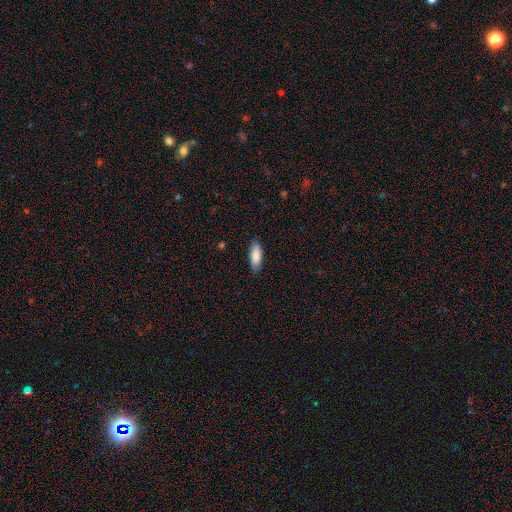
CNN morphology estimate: type=smooth (87%); roundness=in between (66%); merging=none (86%).